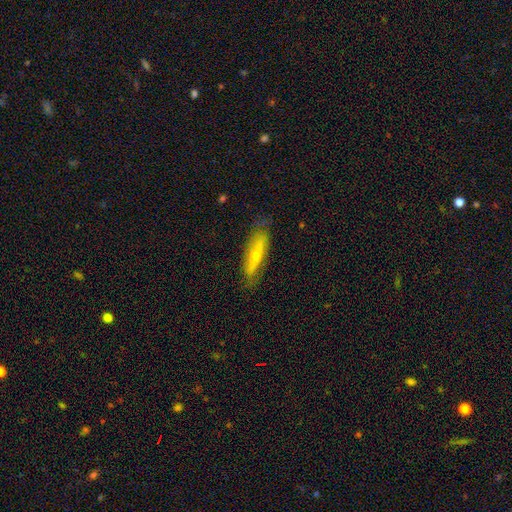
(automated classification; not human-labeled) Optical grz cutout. It shows a featured or disk galaxy (52%) viewed edge-on (60%). Merging: none (77%).